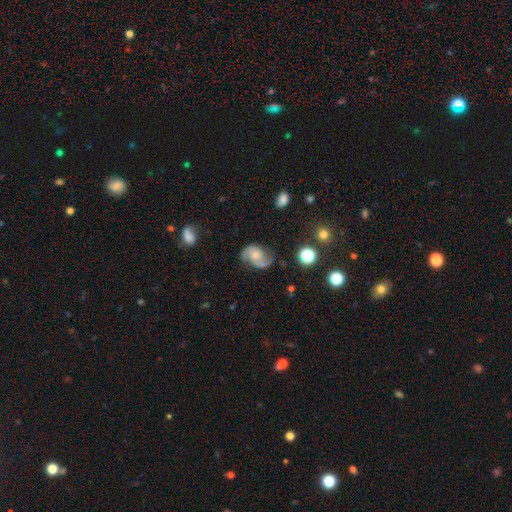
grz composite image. It shows a featured or disk galaxy (97%) with no bar (78%), 2 (84%) medium (50%) spiral arms (89%) and a small central bulge (44%). Merging: none (58%).